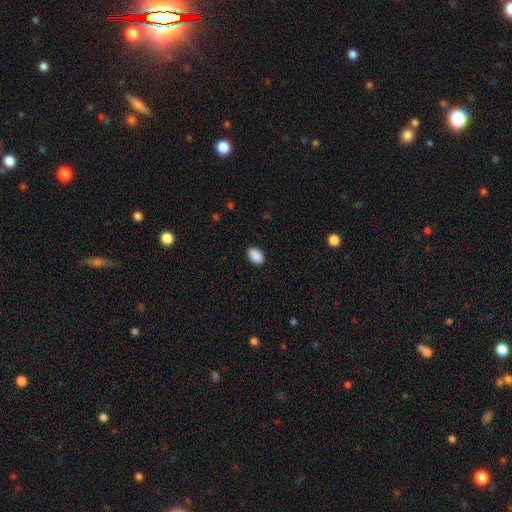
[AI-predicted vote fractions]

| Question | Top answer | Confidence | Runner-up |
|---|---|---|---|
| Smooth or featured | smooth | 91% | star or artifact (7%) |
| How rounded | in between | 93% | round (5%) |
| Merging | none | 89% | minor disturbance (8%) |